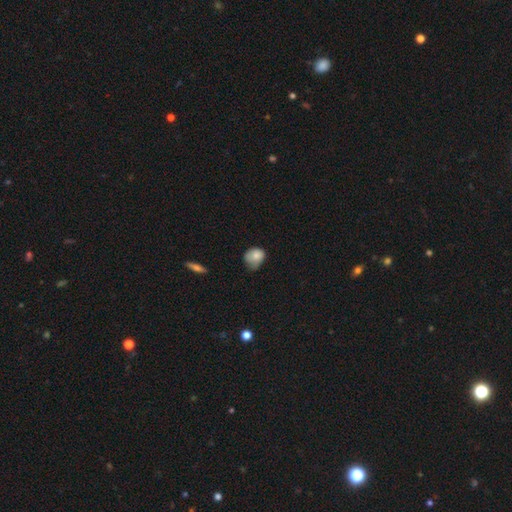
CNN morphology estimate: Overall: smooth (78%). How rounded: round (53%; in between 45%). Merging: minor disturbance (46%; none 30%).